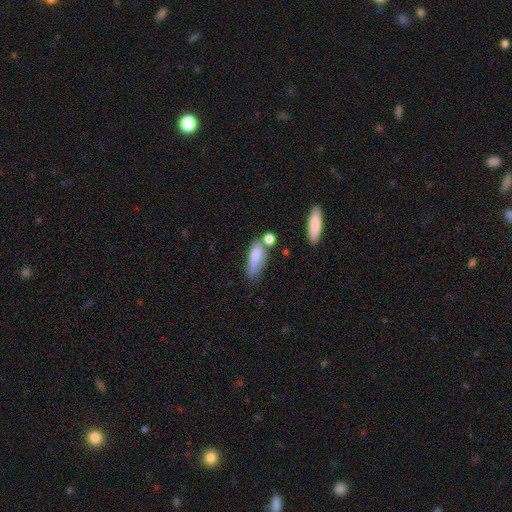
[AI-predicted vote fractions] This is likely a smooth galaxy (75%). How rounded: possibly cigar-shaped (49%). Merging: marginally none (44%).